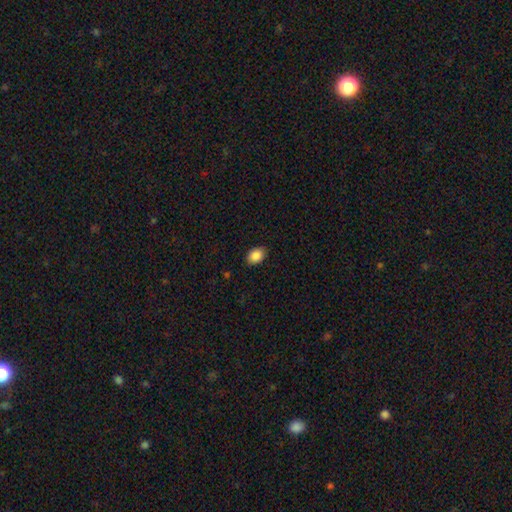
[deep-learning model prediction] The model was most divided on "how rounded": in between: 78%, round: 21%, cigar-shaped: 1%. More confident: smooth or featured — smooth (88%); merging — none (87%).